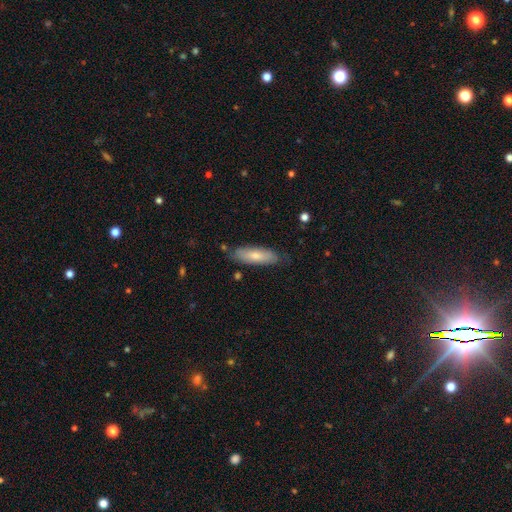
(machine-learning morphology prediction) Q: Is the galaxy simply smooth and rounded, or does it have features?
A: smooth — 70%.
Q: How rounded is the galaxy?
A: in between — 51%.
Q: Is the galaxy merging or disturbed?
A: none — 75%.